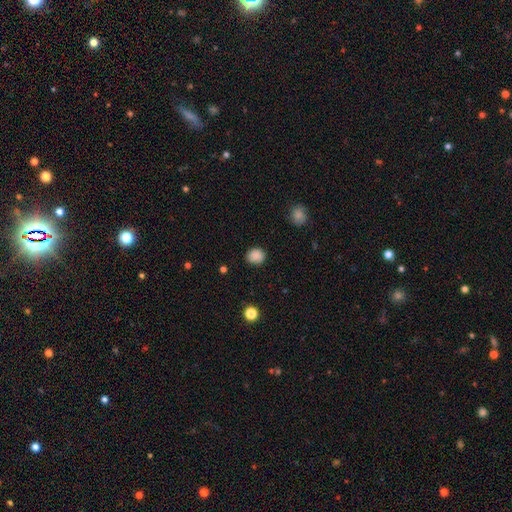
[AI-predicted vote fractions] A smooth galaxy with no disk features (86%) that is round (74%). Merging: none (86%).